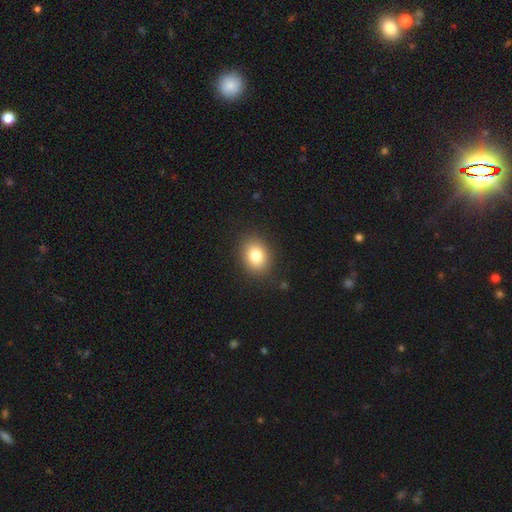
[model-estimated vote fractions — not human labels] Overall: smooth (83%). How rounded: in between (58%; round 41%). Merging: none (87%).